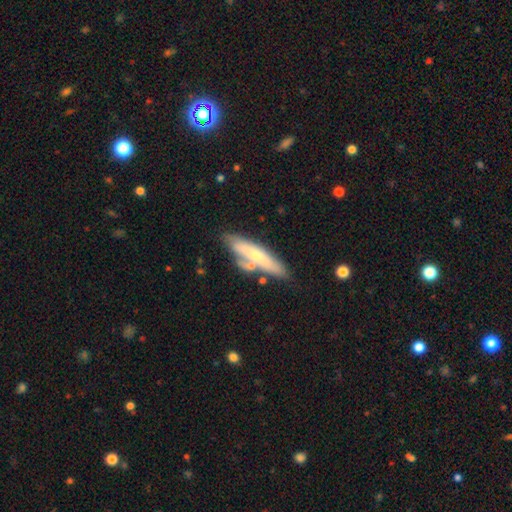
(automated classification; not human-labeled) Smooth or featured: smooth — 56% (featured or disk — 38%)
How rounded: cigar-shaped — 74% (in between — 24%)
Merging: none — 62% (minor disturbance — 17%)